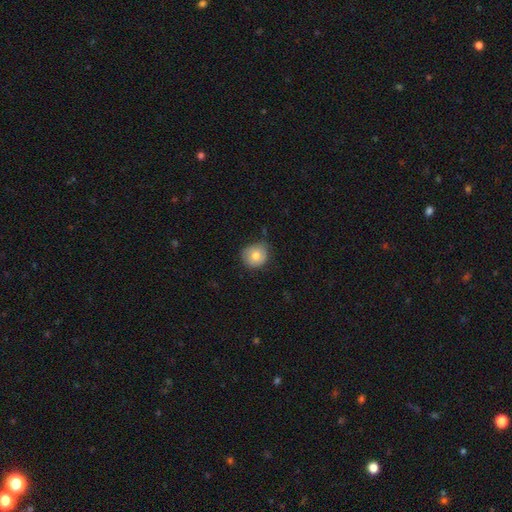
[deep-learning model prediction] This appears to be a smooth galaxy with no disk features (75%) that is round (85%). Merging: none (68%).